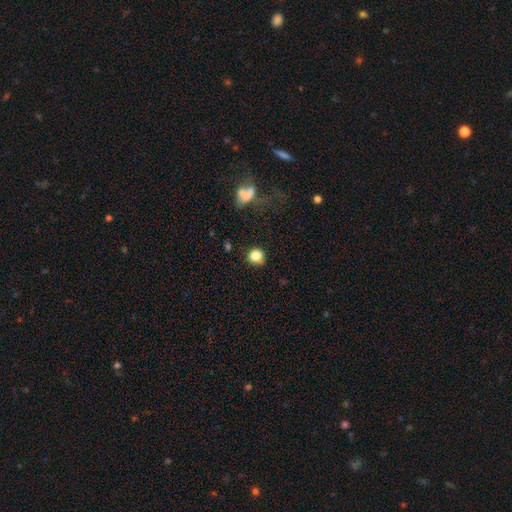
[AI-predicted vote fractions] Q: Smooth or featured?
A: smooth (82%); runner-up: star or artifact (12%)
Q: How rounded?
A: round (87%); runner-up: in between (12%)
Q: Merging?
A: none (78%); runner-up: minor disturbance (14%)